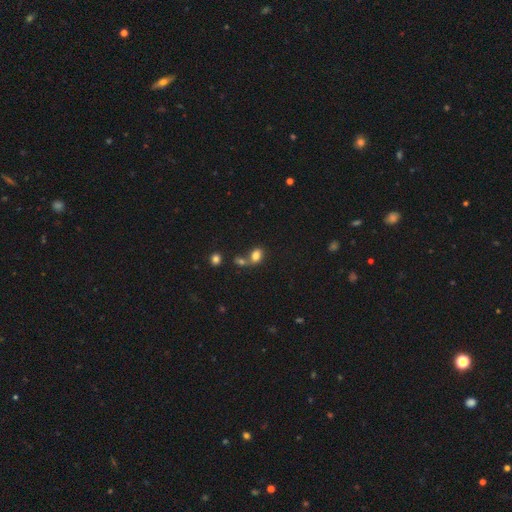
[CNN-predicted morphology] Overall: smooth (80%). How rounded: in between (72%). Merging: merger (44%; none 39%).